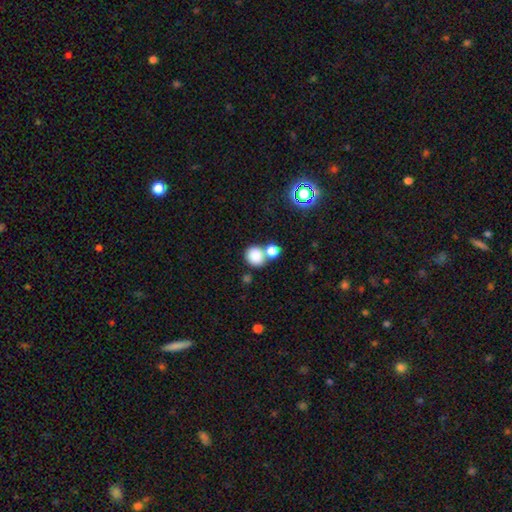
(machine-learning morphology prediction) Q: Smooth or featured?
A: smooth (83%); runner-up: star or artifact (11%)
Q: How rounded?
A: round (82%); runner-up: in between (17%)
Q: Merging?
A: none (53%); runner-up: merger (35%)